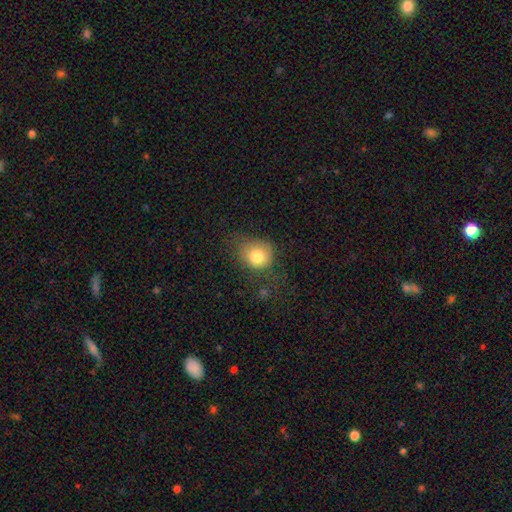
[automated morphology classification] smooth-or-featured: smooth: 79% | star or artifact: 11% | featured or disk: 10%
  how-rounded: round: 72% | in between: 27% | cigar-shaped: 1%
  merging: none: 54% | minor disturbance: 29% | major disturbance: 14% | merger: 2%